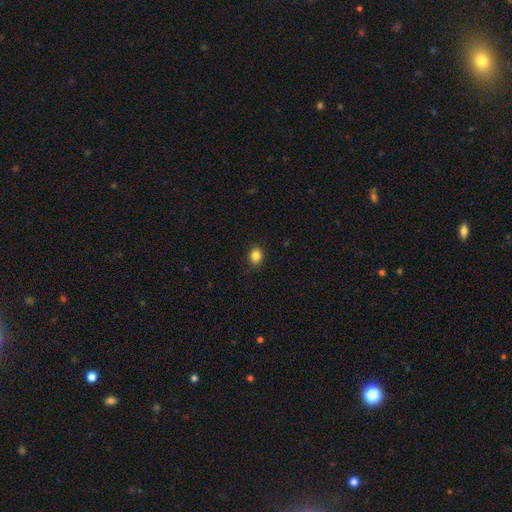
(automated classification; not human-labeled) Smooth or featured: smooth — 85% (star or artifact — 11%)
How rounded: round — 63% (in between — 36%)
Merging: none — 88% (minor disturbance — 9%)